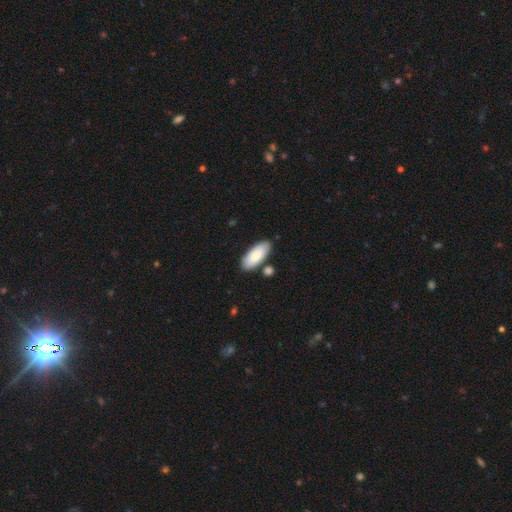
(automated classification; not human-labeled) Overall: smooth (82%). How rounded: in between (86%). Merging: none (79%).